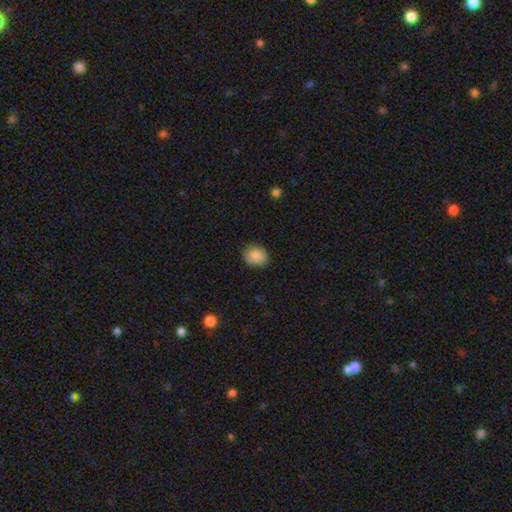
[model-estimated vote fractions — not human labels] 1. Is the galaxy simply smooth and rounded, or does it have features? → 86% smooth, 8% star or artifact, 6% featured or disk.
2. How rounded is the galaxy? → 63% round, 36% in between, 1% cigar-shaped.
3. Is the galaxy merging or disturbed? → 82% none, 14% minor disturbance, 3% major disturbance, 1% merger.